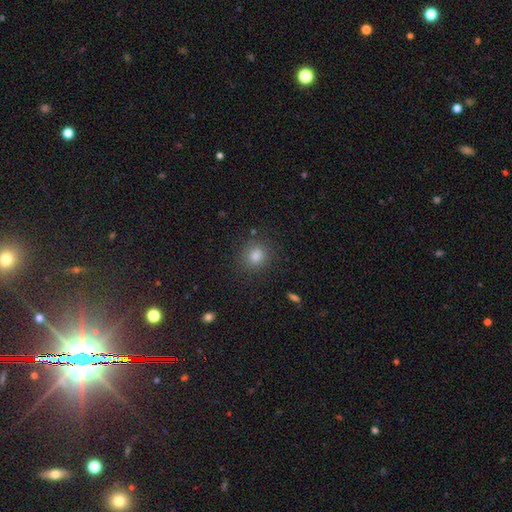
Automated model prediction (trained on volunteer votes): Morphology: type=smooth (80%); roundness=round (84%); merging=none (88%).